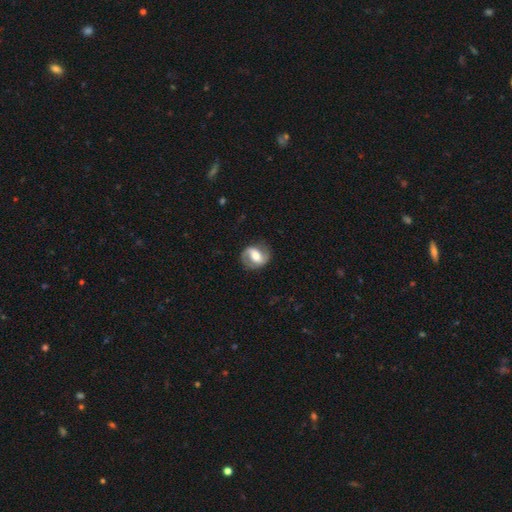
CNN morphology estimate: Overall: featured or disk (71%). Edge-on disk: no (97%). Bar: strong (39%, tied with weak). Spiral arms: yes (87%). Spiral arm count: 2 (86%). Spiral winding: medium (47%; tight 29%). Bulge size: moderate (52%; large 28%). Merging: none (78%).